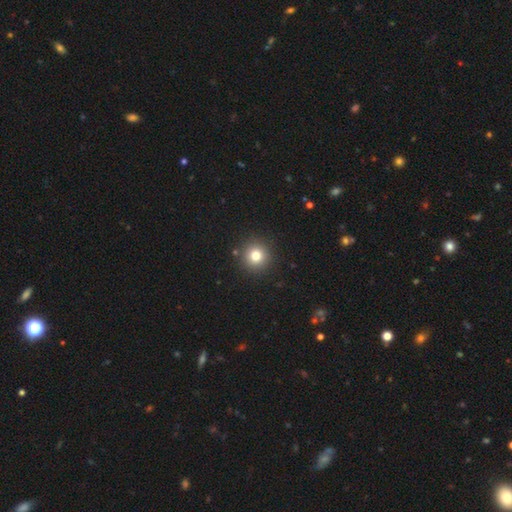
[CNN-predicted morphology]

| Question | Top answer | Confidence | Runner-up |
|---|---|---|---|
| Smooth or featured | smooth | 79% | star or artifact (13%) |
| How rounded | round | 95% | in between (4%) |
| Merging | none | 90% | minor disturbance (6%) |